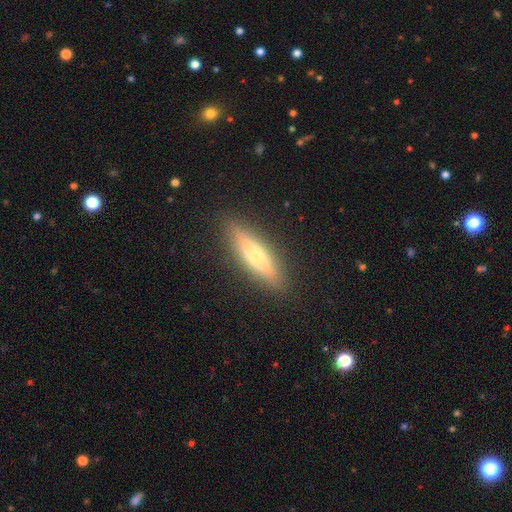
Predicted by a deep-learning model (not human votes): Smooth or featured? smooth (55%)
How rounded? cigar-shaped (70%)
Merging? none (88%)